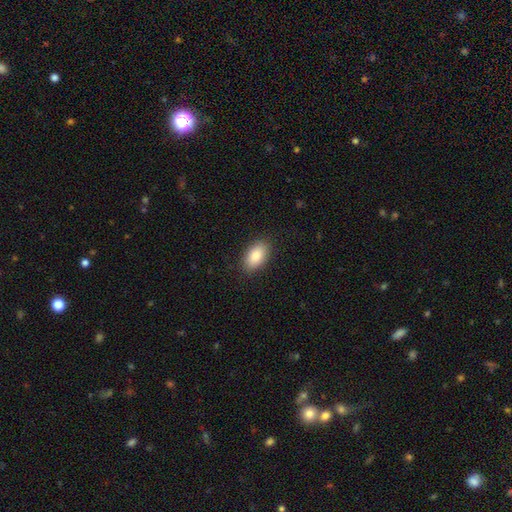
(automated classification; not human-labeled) Q: Smooth or featured?
A: smooth (87%); runner-up: star or artifact (7%)
Q: How rounded?
A: in between (92%); runner-up: round (6%)
Q: Merging?
A: none (88%); runner-up: minor disturbance (9%)